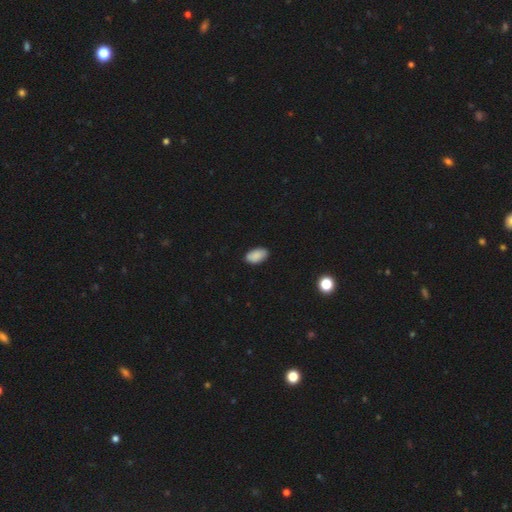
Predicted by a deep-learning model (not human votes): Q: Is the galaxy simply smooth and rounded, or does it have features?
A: smooth — 88%.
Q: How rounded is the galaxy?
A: in between — 94%.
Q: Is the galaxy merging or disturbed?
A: none — 87%.